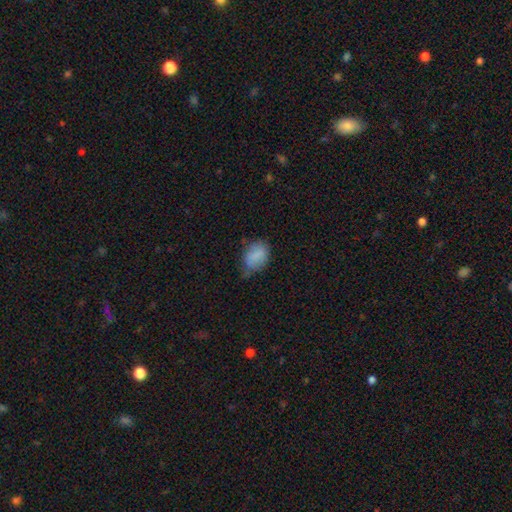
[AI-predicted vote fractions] A smooth galaxy with no disk features (80%) that is in between round and cigar-shaped (80%). Merging: none (45%).